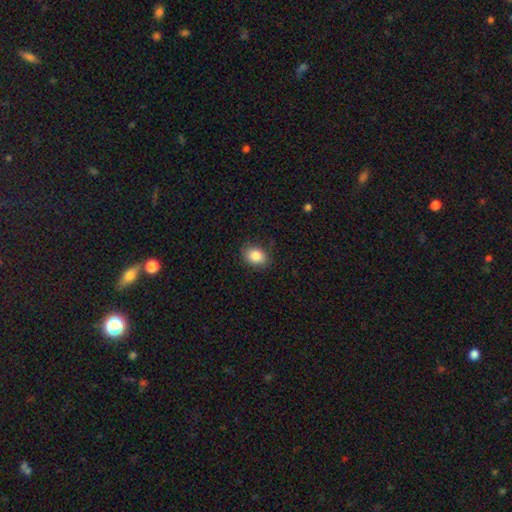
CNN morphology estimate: smooth 86%, star or artifact 8%, featured or disk 6%. Down the decision tree: how rounded — in between (63%); merging — none (81%).